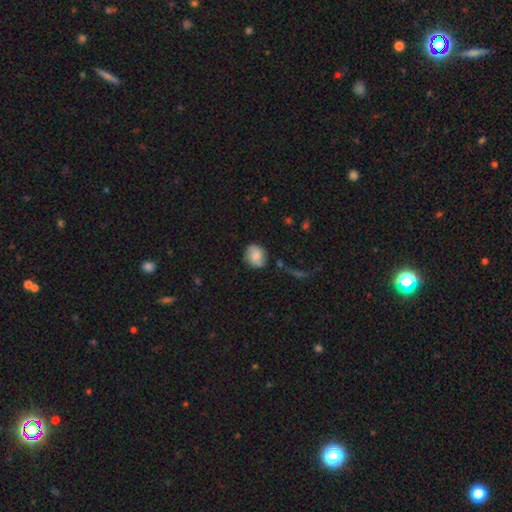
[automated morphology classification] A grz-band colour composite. It shows a smooth galaxy with no disk features (65%) that is round (63%). Merging: none (76%).